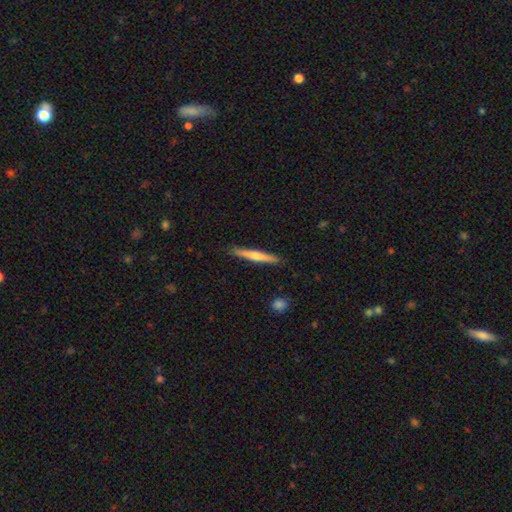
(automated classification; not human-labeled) A featured or disk galaxy (51%) viewed edge-on (97%). Merging: none (91%).